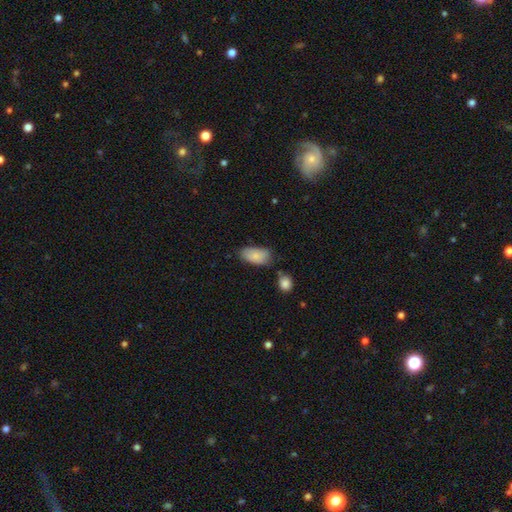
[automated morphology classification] The model was most divided on "merging": none: 61%, minor disturbance: 27%, merger: 6%, major disturbance: 6%. More confident: how rounded — in between (94%); smooth or featured — smooth (83%).